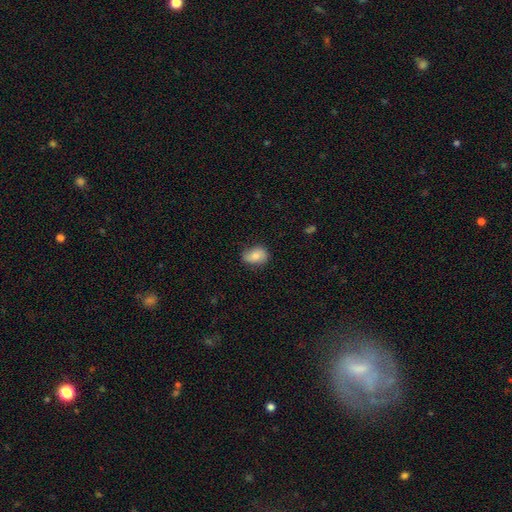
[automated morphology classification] type=smooth (77%); roundness=in between (75%); merging=none (72%).